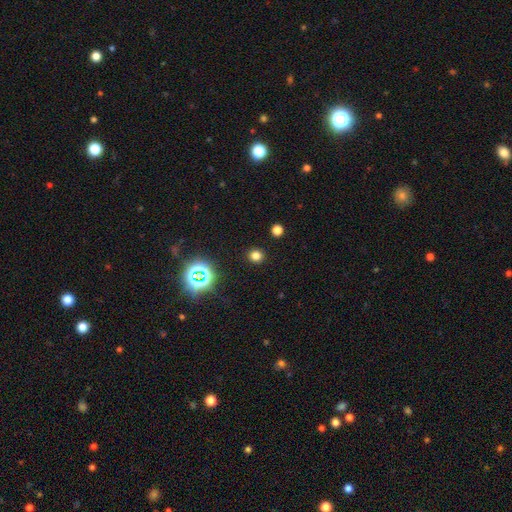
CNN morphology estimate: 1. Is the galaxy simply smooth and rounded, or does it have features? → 74% smooth, 21% star or artifact, 5% featured or disk.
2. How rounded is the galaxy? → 88% round, 11% in between, 1% cigar-shaped.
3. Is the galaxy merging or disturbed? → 91% none, 5% minor disturbance, 2% major disturbance, 1% merger.